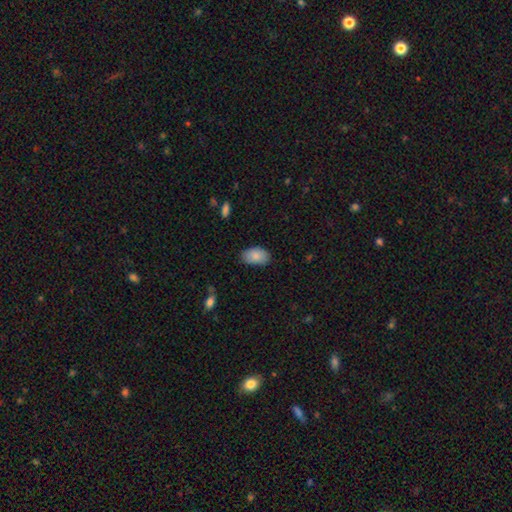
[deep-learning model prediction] Smooth or featured?
  - smooth: 84% *
  - featured or disk: 10%
  - star or artifact: 6%
How rounded?
  - in between: 93% *
  - round: 6%
  - cigar-shaped: 1%
Merging?
  - none: 78% *
  - minor disturbance: 18%
  - major disturbance: 3%
  - merger: 1%